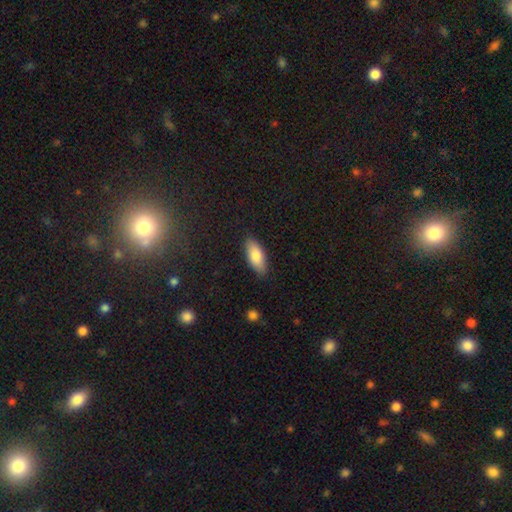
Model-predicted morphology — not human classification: Overall: smooth (83%). How rounded: in between (84%). Merging: none (86%).